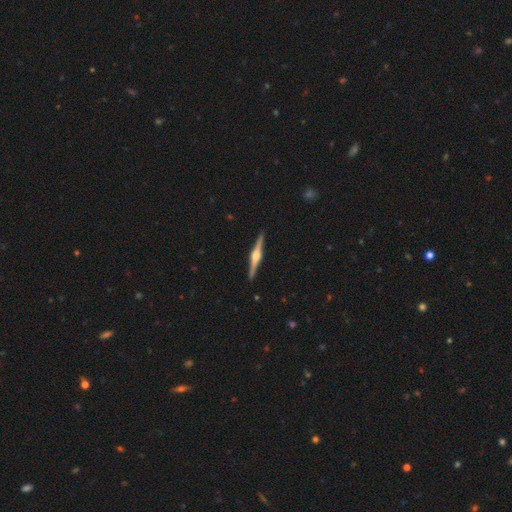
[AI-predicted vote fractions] A featured or disk galaxy (85%) viewed edge-on (99%) with a rounded central bulge (88%). Merging: none (92%).